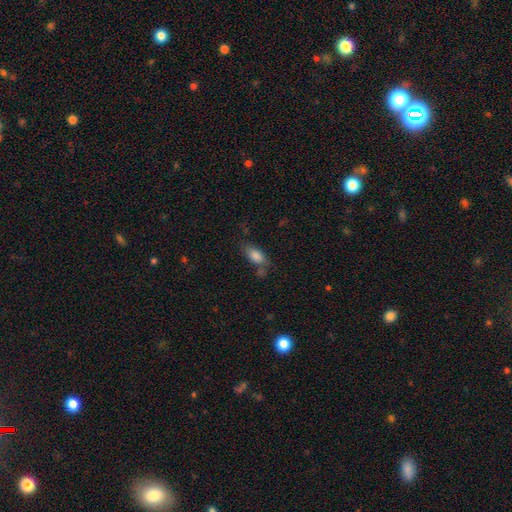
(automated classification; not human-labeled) smooth-or-featured: smooth: 81% | featured or disk: 11% | star or artifact: 8%
  how-rounded: in between: 86% | cigar-shaped: 10% | round: 4%
  merging: none: 57% | minor disturbance: 22% | merger: 13% | major disturbance: 8%